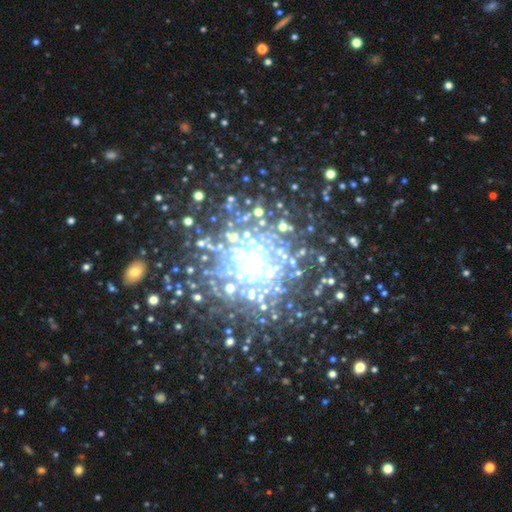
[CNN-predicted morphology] This appears to be a featured or disk galaxy (48%). Merging: none (64%).